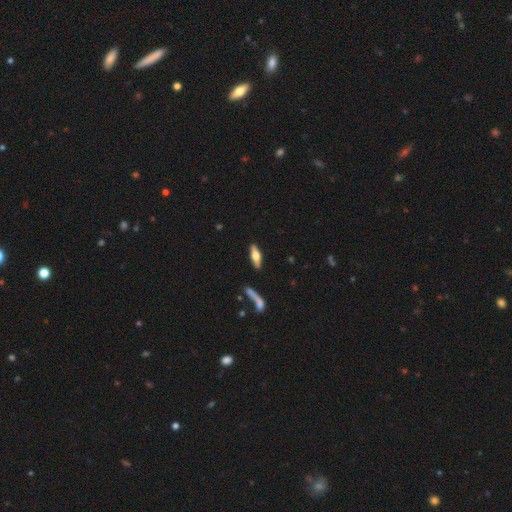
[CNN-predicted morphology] Smooth or featured: smooth — 51% (featured or disk — 42%)
How rounded: in between — 52% (cigar-shaped — 45%)
Merging: none — 84% (minor disturbance — 10%)